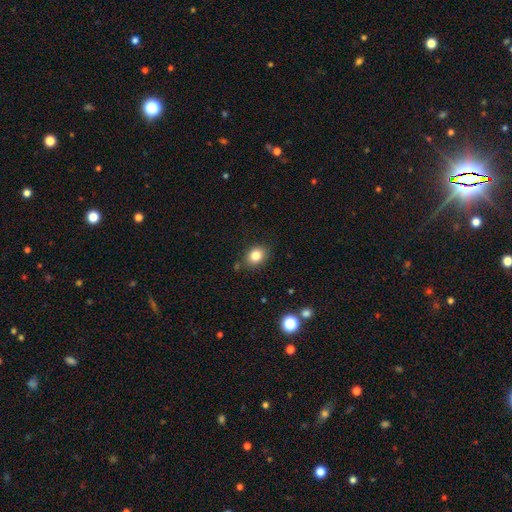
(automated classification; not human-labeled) Overall: smooth (82%). How rounded: in between (51%; round 48%). Merging: none (83%).